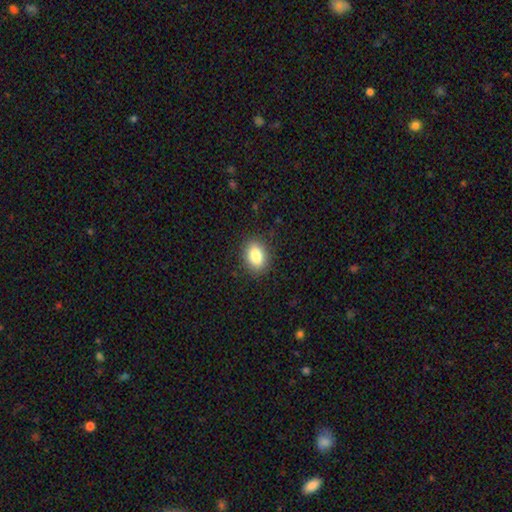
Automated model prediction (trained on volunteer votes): Q: Smooth or featured?
A: smooth (85%); runner-up: star or artifact (9%)
Q: How rounded?
A: in between (75%); runner-up: round (24%)
Q: Merging?
A: none (88%); runner-up: minor disturbance (9%)